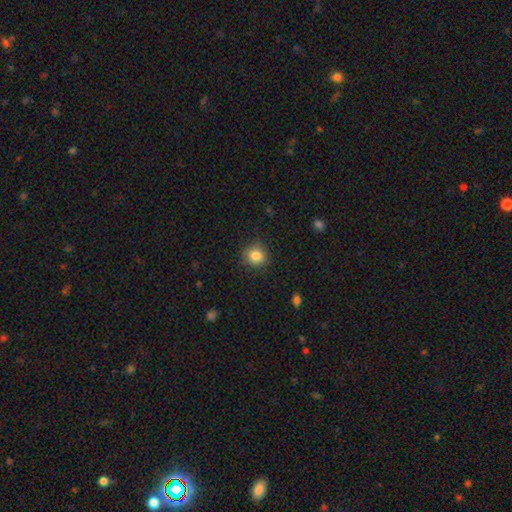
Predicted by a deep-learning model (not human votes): A smooth galaxy with no disk features (85%) that is round (88%).

Vote fractions:
- Smooth or featured? smooth: 85% / star or artifact: 10% / featured or disk: 5%
- How rounded? round: 88% / in between: 11% / cigar-shaped: 1%
- Merging? none: 88% / minor disturbance: 9% / major disturbance: 2% / merger: 1%